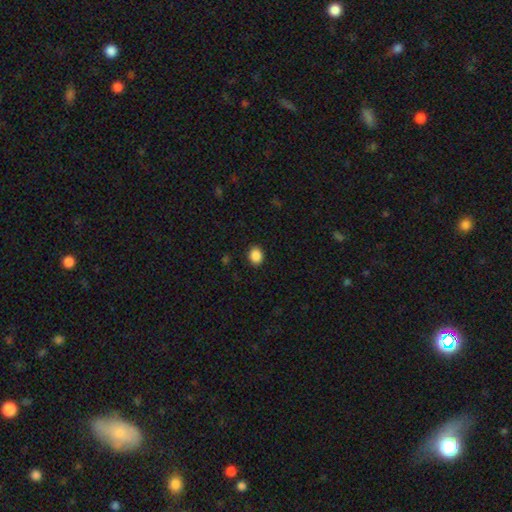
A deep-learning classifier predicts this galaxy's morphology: type=smooth (89%); roundness=round (53%); merging=none (90%).